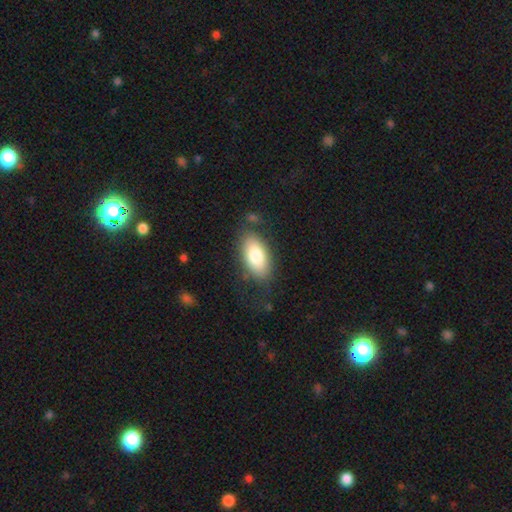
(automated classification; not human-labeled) smooth_or_featured: smooth (p=0.81) [alt: featured or disk p=0.13]
how_rounded: in between (p=0.93) [alt: cigar-shaped p=0.04]
merging: none (p=0.76) [alt: minor disturbance p=0.15]